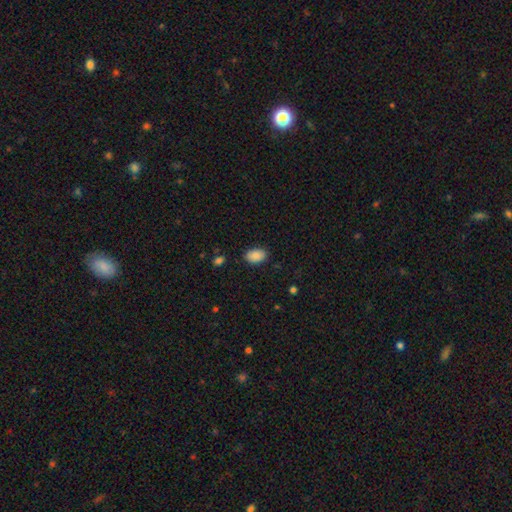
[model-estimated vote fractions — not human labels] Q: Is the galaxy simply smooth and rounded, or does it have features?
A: smooth — 87%.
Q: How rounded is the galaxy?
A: in between — 89%.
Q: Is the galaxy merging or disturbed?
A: none — 85%.